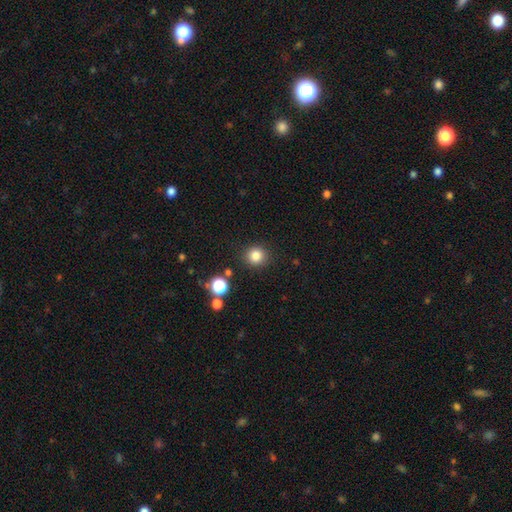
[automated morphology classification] This is clearly a smooth galaxy (82%). How rounded: clearly round (91%). Merging: clearly none (89%).